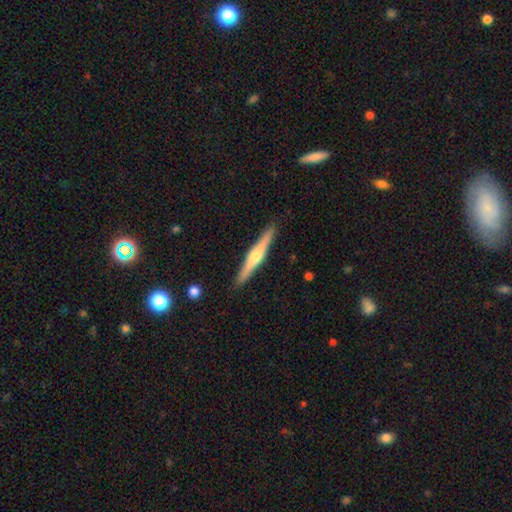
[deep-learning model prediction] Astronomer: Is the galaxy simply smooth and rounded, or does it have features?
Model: featured or disk — 67%.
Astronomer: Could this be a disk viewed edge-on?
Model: yes — 97%.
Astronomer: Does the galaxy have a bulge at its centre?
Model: rounded — 90%.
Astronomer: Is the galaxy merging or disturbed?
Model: none — 91%.